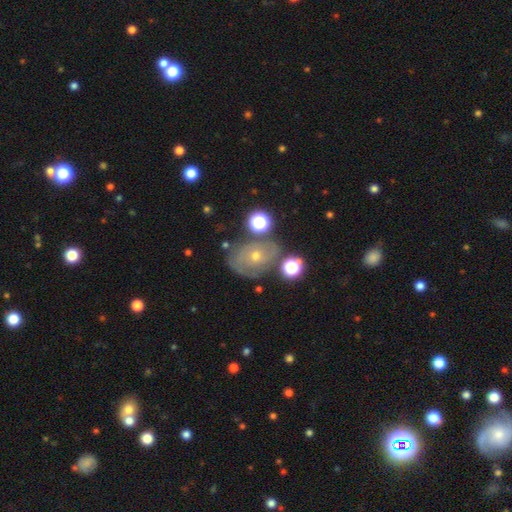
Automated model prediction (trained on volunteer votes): smooth_or_featured: featured or disk (p=0.59) [alt: smooth p=0.25]
disk_edge_on: no (p=0.95) [alt: yes p=0.05]
bar: no (p=0.78) [alt: weak p=0.17]
has_spiral_arms: yes (p=0.74) [alt: no p=0.26]
bulge_size: small (p=0.64) [alt: moderate p=0.32]
merging: none (p=0.66) [alt: minor disturbance p=0.18]